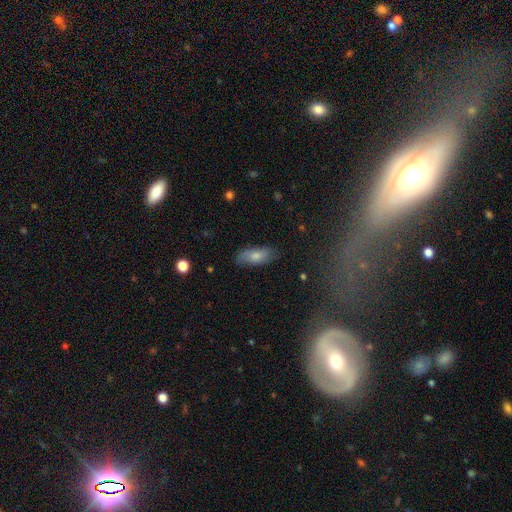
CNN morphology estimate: Smooth or featured? Predicted: smooth (p=0.77). How rounded? Predicted: in between (p=0.82). Merging? Predicted: none (p=0.77).